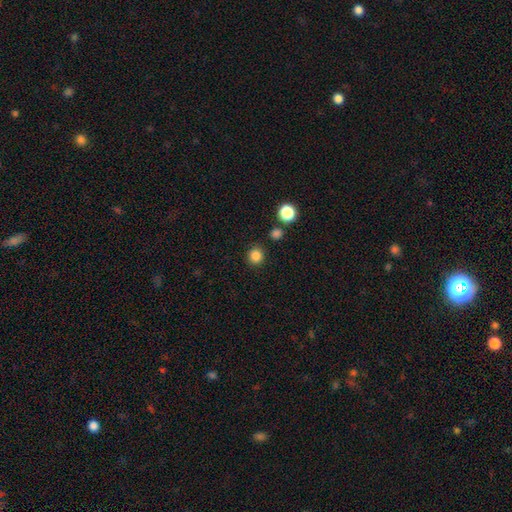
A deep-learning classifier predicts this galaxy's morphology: The model was most divided on "smooth or featured": smooth: 85%, star or artifact: 12%, featured or disk: 3%. More confident: how rounded — round (91%); merging — none (88%).